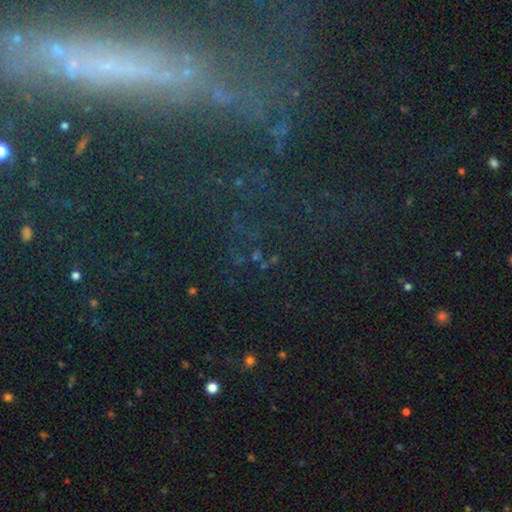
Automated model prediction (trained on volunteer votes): Smooth or featured? Predicted: star or artifact (p=0.73).